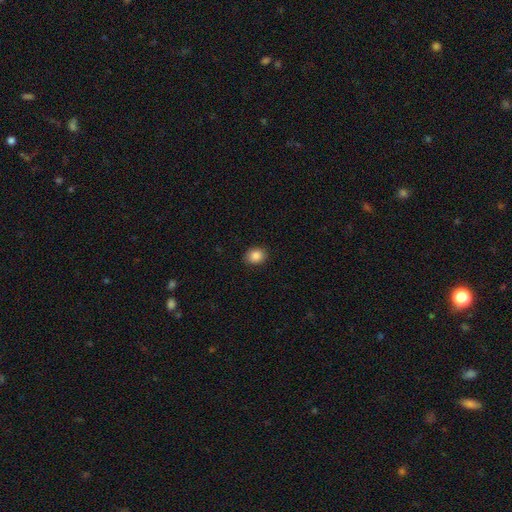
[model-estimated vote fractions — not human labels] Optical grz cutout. It shows a smooth galaxy with no disk features (88%) that is round (54%). Merging: none (88%).